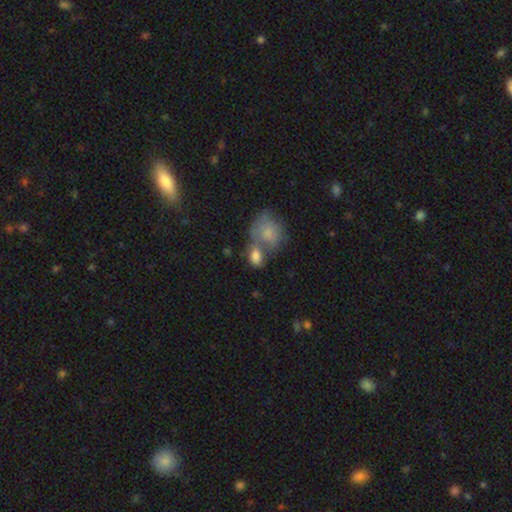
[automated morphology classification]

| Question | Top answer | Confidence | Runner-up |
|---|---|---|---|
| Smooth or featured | smooth | 78% | featured or disk (14%) |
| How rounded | in between | 73% | round (25%) |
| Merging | merger | 49% | none (30%) |